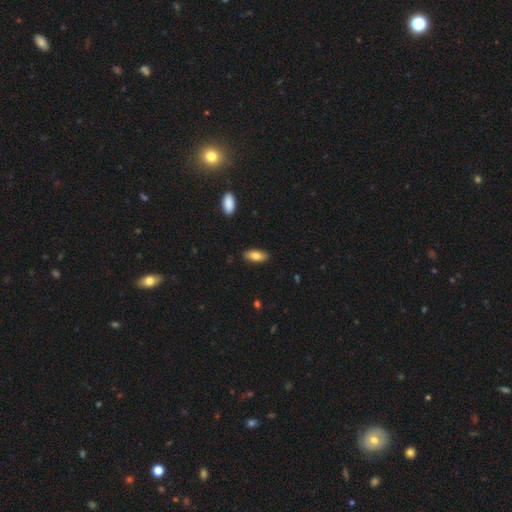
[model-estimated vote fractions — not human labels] smooth 80%, featured or disk 14%, star or artifact 6%. Down the decision tree: how rounded — in between (83%); merging — none (88%).